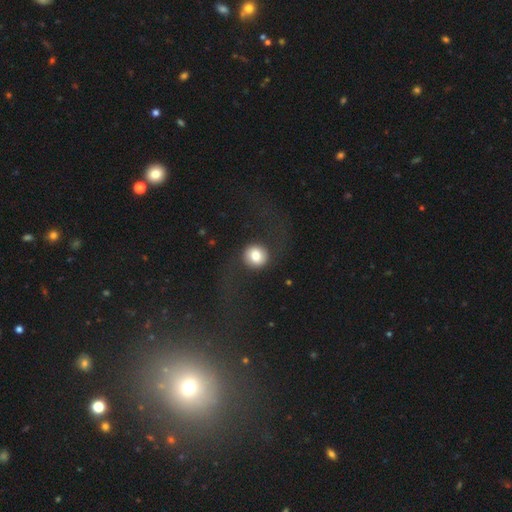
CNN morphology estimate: Smooth or featured? Predicted: smooth (p=0.72). How rounded? Predicted: round (p=0.91). Merging? Predicted: none (p=0.75).